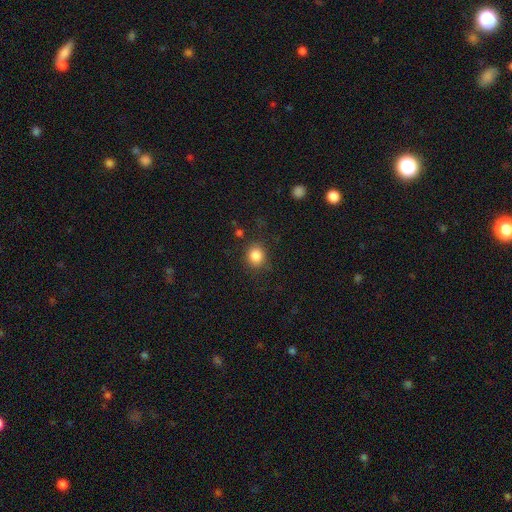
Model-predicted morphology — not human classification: Smooth or featured?
  - smooth: 84% *
  - star or artifact: 11%
  - featured or disk: 5%
How rounded?
  - round: 79% *
  - in between: 20%
  - cigar-shaped: 1%
Merging?
  - none: 83% *
  - minor disturbance: 11%
  - major disturbance: 4%
  - merger: 2%